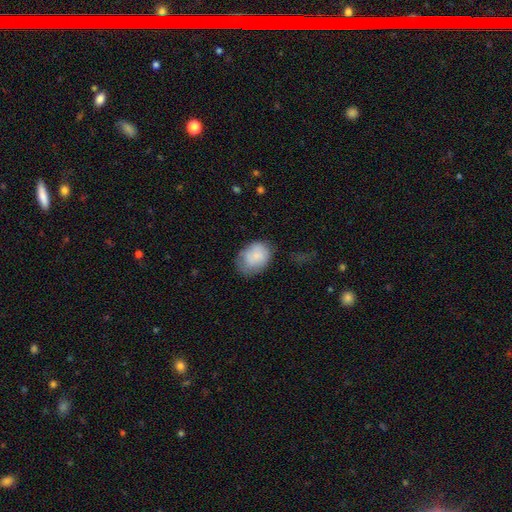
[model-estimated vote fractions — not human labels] This is clearly a smooth galaxy (81%). How rounded: likely in between (69%). Merging: possibly none (57%).